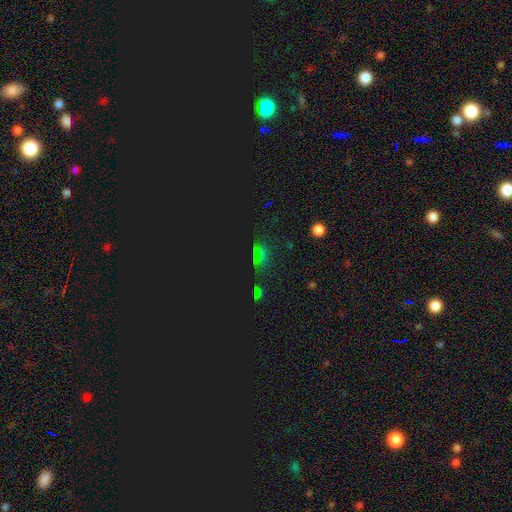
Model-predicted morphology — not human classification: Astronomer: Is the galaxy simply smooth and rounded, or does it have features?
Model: star or artifact — 73%.